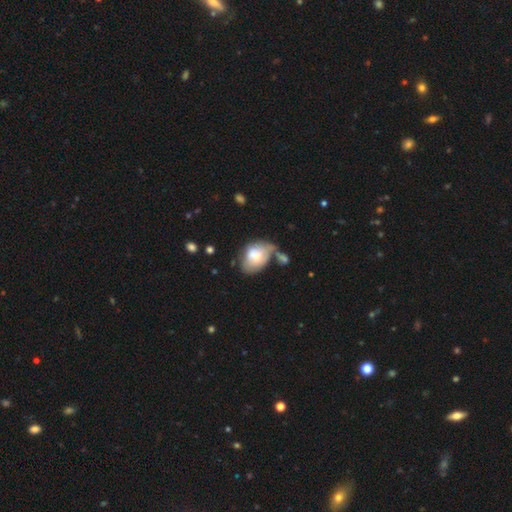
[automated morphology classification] Q: Smooth or featured?
A: smooth (62%); runner-up: featured or disk (31%)
Q: How rounded?
A: in between (81%); runner-up: round (18%)
Q: Merging?
A: minor disturbance (28%); runner-up: none (26%)